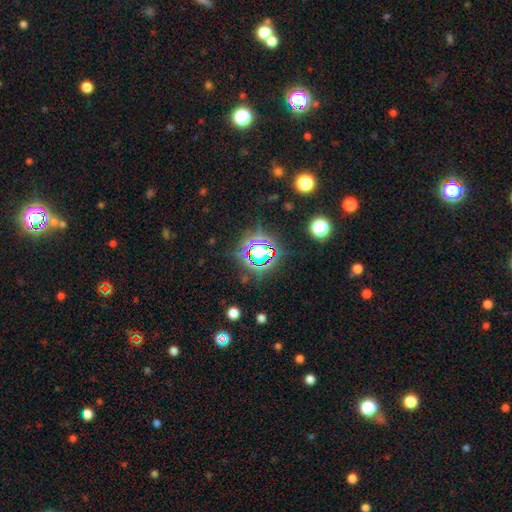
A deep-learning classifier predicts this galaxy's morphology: Smooth or featured? Predicted: star or artifact (p=0.77).